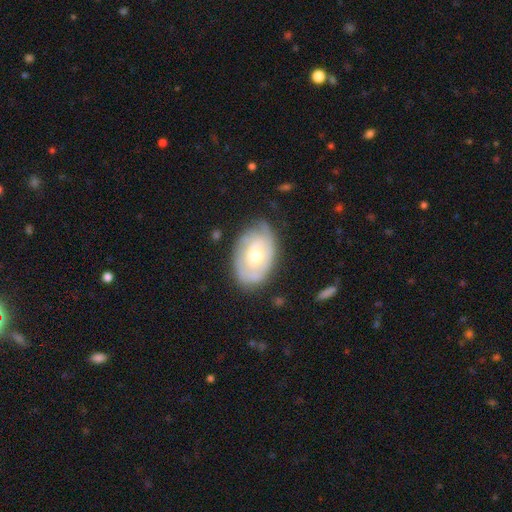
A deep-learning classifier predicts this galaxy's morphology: This appears to be a featured or disk galaxy (65%) with no bar (76%), spiral arms (71%) and a moderate central bulge (56%). Merging: none (69%).